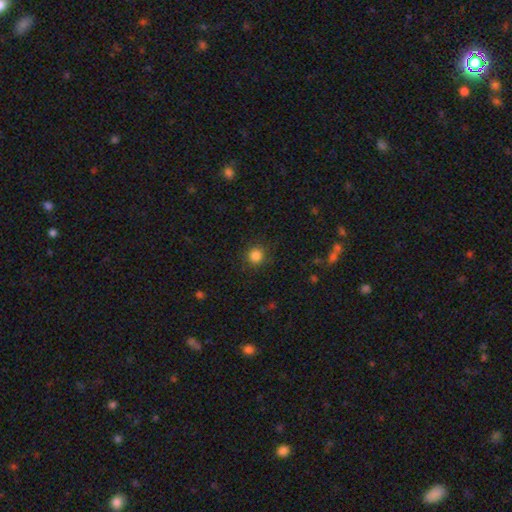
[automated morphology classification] Smooth or featured: smooth — 84% (star or artifact — 12%)
How rounded: round — 93% (in between — 6%)
Merging: none — 88% (minor disturbance — 8%)